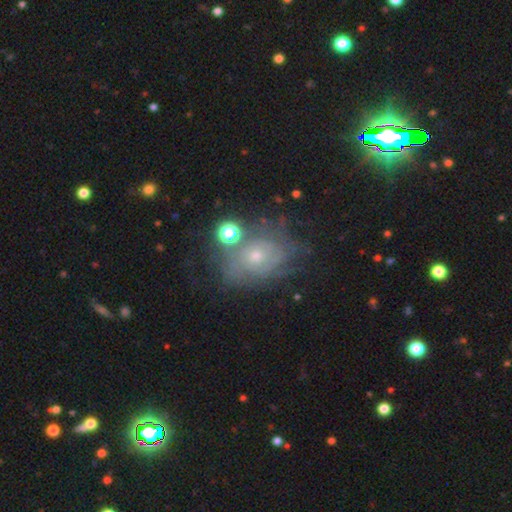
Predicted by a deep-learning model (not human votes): Smooth or featured? Predicted: featured or disk (p=0.64). Edge-on disk? Predicted: no (p=0.96). Bar? Predicted: no (p=0.83). Spiral arms? Predicted: yes (p=0.73). Bulge size? Predicted: small (p=0.63). Merging? Predicted: none (p=0.57).